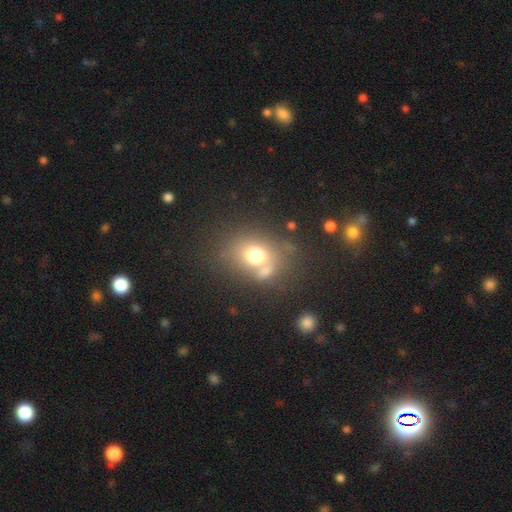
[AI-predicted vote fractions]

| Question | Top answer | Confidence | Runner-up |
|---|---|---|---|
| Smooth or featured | smooth | 69% | featured or disk (17%) |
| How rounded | round | 55% | in between (44%) |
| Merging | none | 51% | merger (23%) |